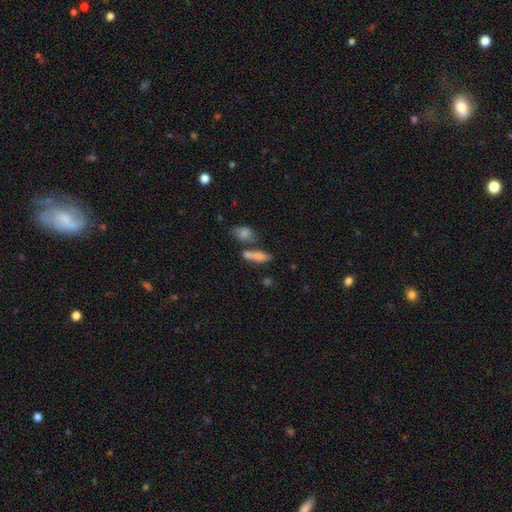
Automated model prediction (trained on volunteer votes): The model was most divided on "how rounded": cigar-shaped: 49%, in between: 46%, round: 6%. Remaining: smooth or featured — smooth (75%); merging — none (49%).